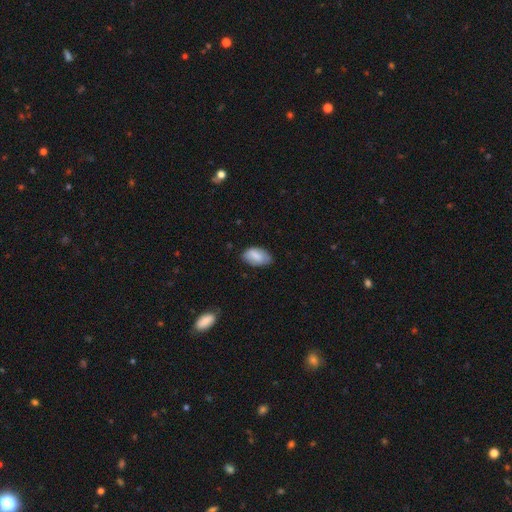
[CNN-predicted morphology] A smooth galaxy with no disk features (82%) that is in between round and cigar-shaped (94%). Merging: none (69%).